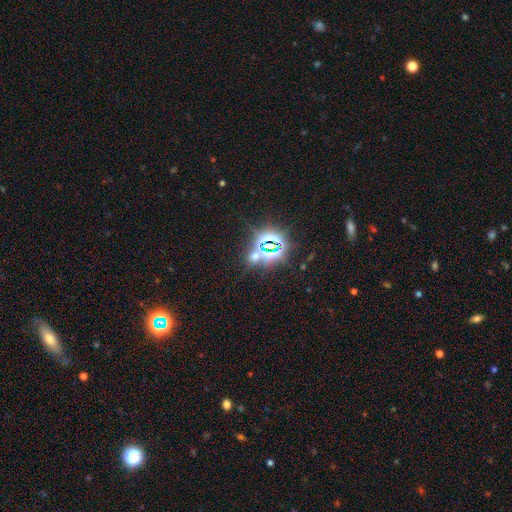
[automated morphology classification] Smooth or featured: star or artifact — 68% (smooth — 25%)